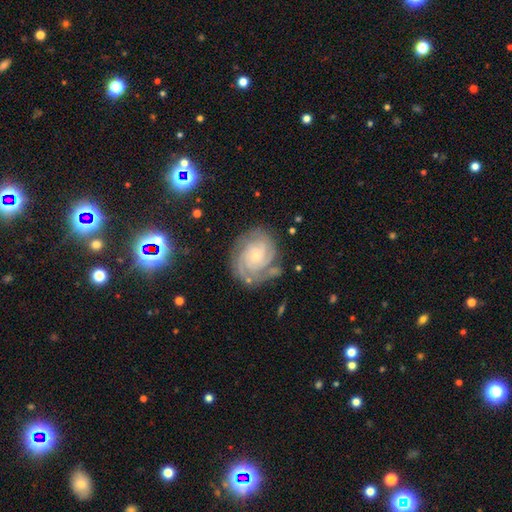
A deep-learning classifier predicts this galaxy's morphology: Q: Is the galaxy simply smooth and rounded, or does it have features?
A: featured or disk — 87%.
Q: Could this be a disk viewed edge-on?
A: no — 98%.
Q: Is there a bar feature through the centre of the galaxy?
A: no — 74%.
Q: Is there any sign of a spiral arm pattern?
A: yes — 97%.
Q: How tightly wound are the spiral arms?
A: tight — 72%.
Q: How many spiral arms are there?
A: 3 — 31%.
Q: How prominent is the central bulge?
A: small — 79%.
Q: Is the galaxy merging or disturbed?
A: none — 71%.